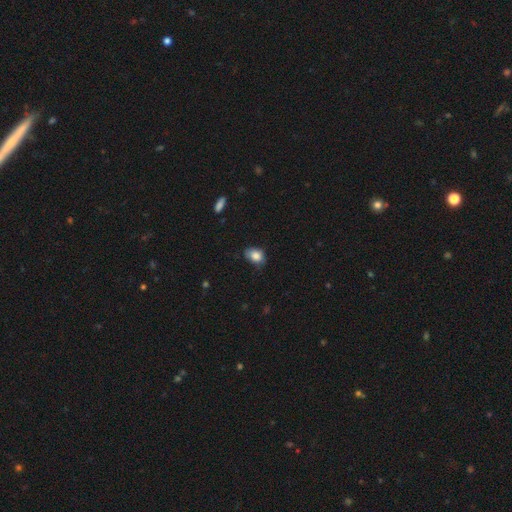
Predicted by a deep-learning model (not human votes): smooth-or-featured: smooth: 84% | star or artifact: 9% | featured or disk: 8%
  how-rounded: in between: 70% | round: 29% | cigar-shaped: 1%
  merging: none: 60% | minor disturbance: 32% | major disturbance: 7% | merger: 1%